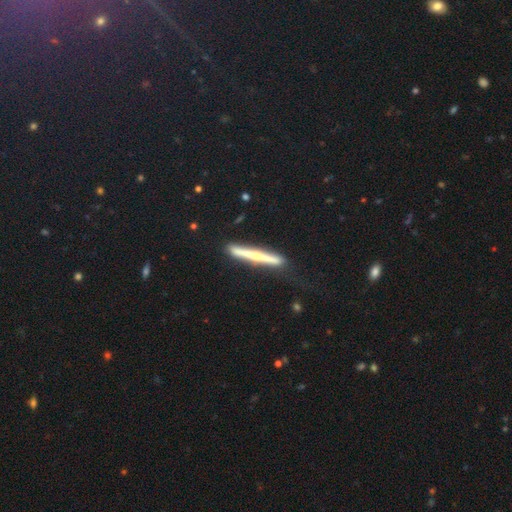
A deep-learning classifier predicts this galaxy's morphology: featured or disk 59%, smooth 35%, star or artifact 6%. Down the decision tree: edge-on disk — yes (96%); edge-on bulge — rounded (48%); merging — none (80%).